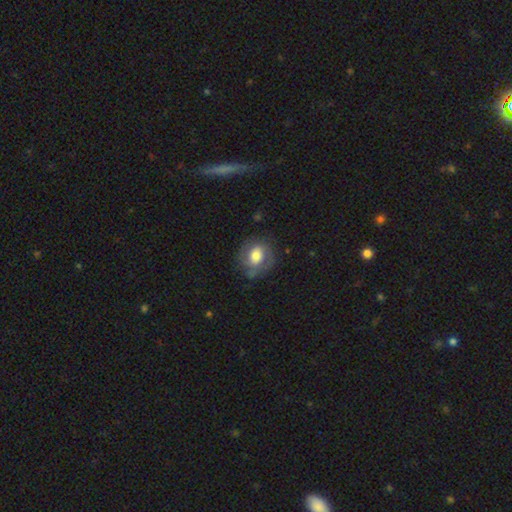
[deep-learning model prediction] smooth-or-featured: featured or disk: 47% | smooth: 46% | star or artifact: 7%
  merging: none: 68% | minor disturbance: 21% | major disturbance: 10% | merger: 2%